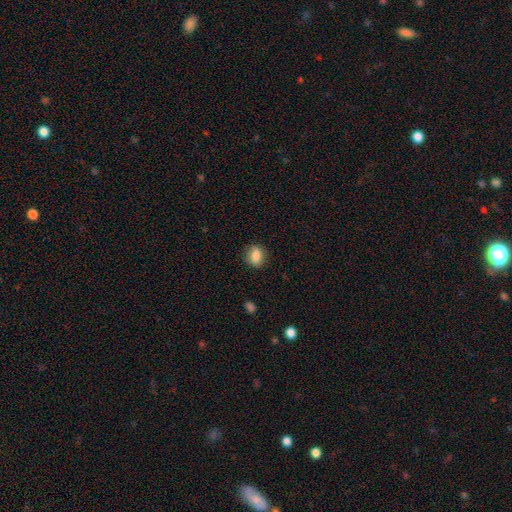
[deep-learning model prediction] Morphology: type=smooth (84%); roundness=in between (63%); merging=none (83%).